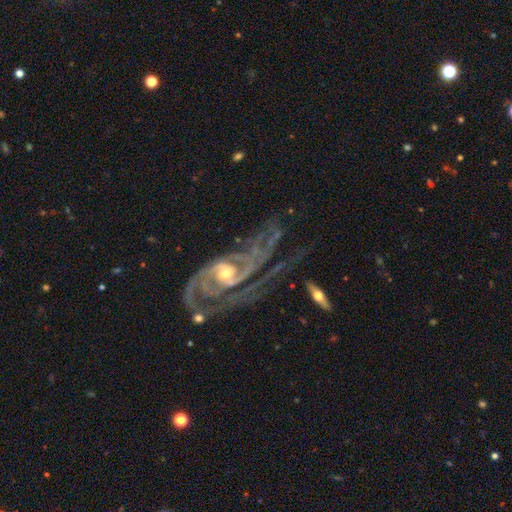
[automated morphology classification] Overall: featured or disk (89%). Edge-on disk: no (95%). Bar: no (57%; weak 30%). Spiral arms: yes (96%). Spiral arm count: 2 (30%; 3 24%). Spiral winding: tight (51%; medium 36%). Bulge size: moderate (52%; small 42%). Merging: none (42%; major disturbance 29%).